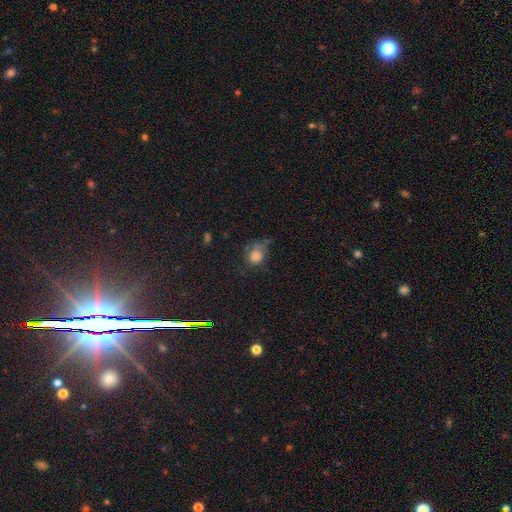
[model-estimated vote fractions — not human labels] Q: Smooth or featured?
A: smooth (64%); runner-up: featured or disk (19%)
Q: How rounded?
A: round (55%); runner-up: in between (43%)
Q: Merging?
A: none (40%); runner-up: minor disturbance (30%)